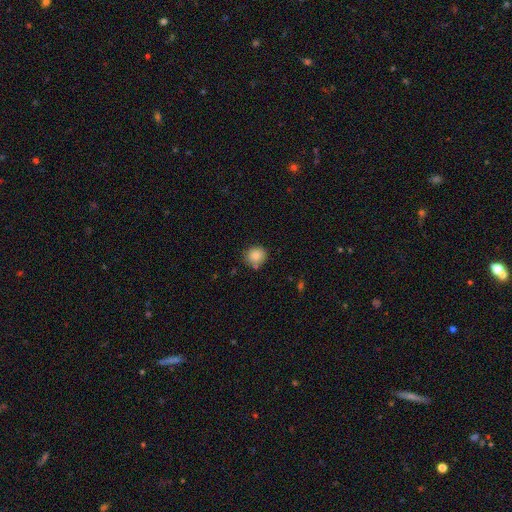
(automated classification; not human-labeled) Morphology: type=smooth (85%); roundness=round (86%); merging=none (74%).